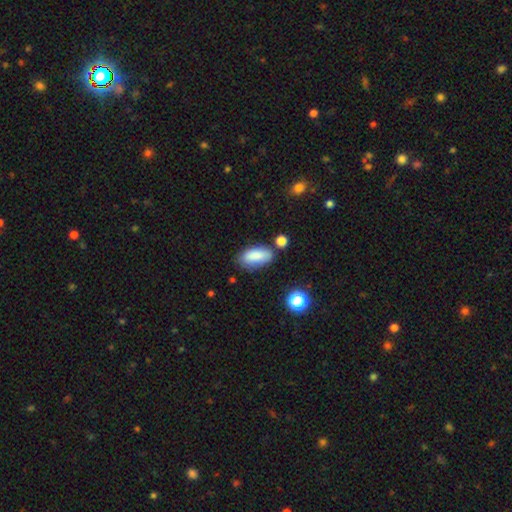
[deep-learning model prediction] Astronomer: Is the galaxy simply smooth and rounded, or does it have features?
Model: smooth — 85%.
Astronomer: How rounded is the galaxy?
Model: in between — 89%.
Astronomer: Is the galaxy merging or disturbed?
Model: none — 69%.